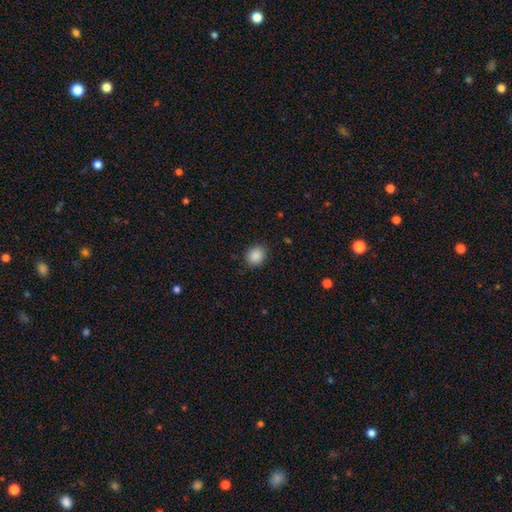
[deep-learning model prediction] This appears to be a smooth galaxy with no disk features (88%) that is round (69%). Merging: none (88%).